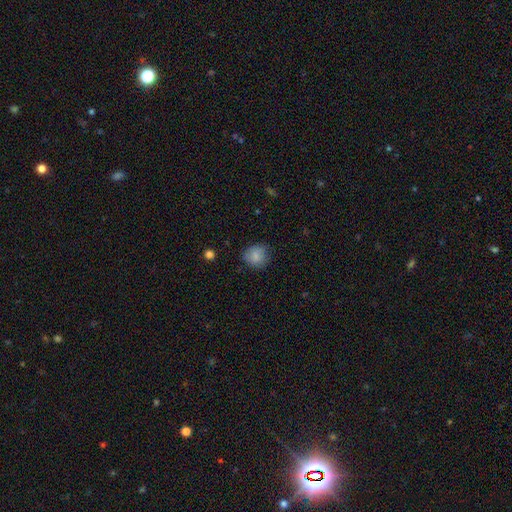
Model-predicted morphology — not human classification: Smooth or featured?
  - smooth: 85% *
  - star or artifact: 9%
  - featured or disk: 6%
How rounded?
  - round: 82% *
  - in between: 17%
  - cigar-shaped: 1%
Merging?
  - none: 78% *
  - minor disturbance: 17%
  - major disturbance: 4%
  - merger: 1%